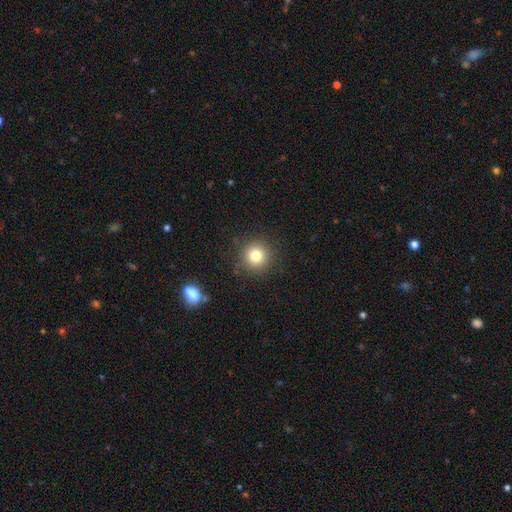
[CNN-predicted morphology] Smooth or featured: smooth — 79% (star or artifact — 13%)
How rounded: round — 94% (in between — 5%)
Merging: none — 87% (minor disturbance — 8%)